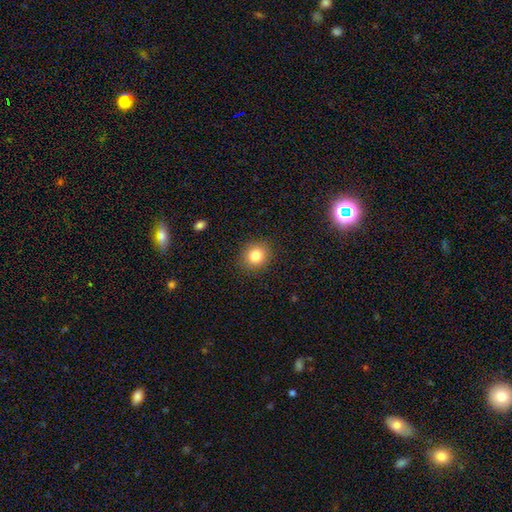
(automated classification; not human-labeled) Smooth or featured: smooth — 83% (star or artifact — 11%)
How rounded: round — 81% (in between — 18%)
Merging: none — 89% (minor disturbance — 8%)